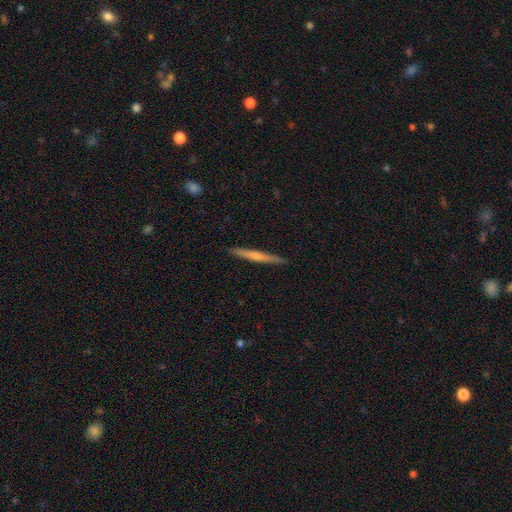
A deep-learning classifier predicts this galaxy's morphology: Smooth or featured?
  - featured or disk: 47% * (tied)
  - smooth: 47% * (tied)
  - star or artifact: 5%
Merging?
  - none: 91% *
  - minor disturbance: 7%
  - major disturbance: 1%
  - merger: 1%